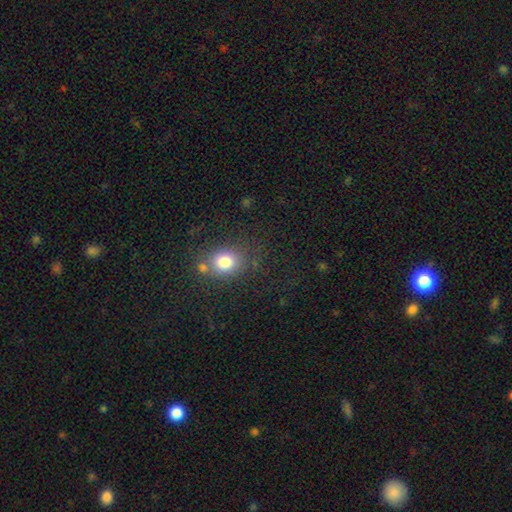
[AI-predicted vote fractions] smooth 69%, star or artifact 23%, featured or disk 8%. Down the decision tree: how rounded — round (67%); merging — none (76%).